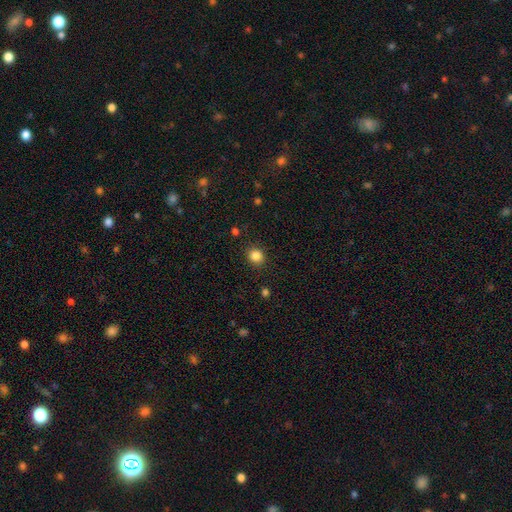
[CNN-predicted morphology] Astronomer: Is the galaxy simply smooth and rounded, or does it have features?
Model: smooth — 85%.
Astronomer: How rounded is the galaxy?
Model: round — 84%.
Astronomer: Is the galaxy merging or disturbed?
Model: none — 89%.